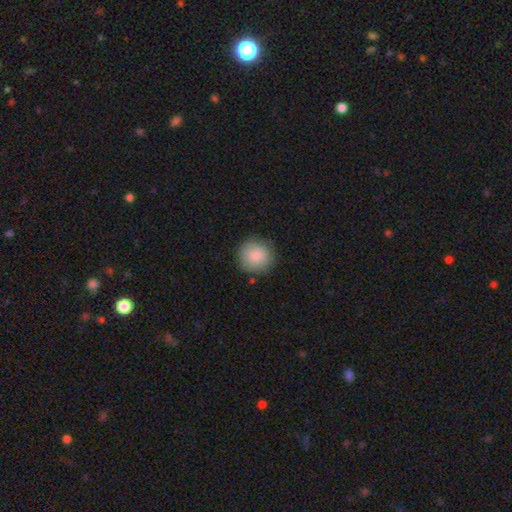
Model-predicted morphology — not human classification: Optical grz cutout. It shows a smooth galaxy with no disk features (86%) that is round (94%). Merging: none (86%).